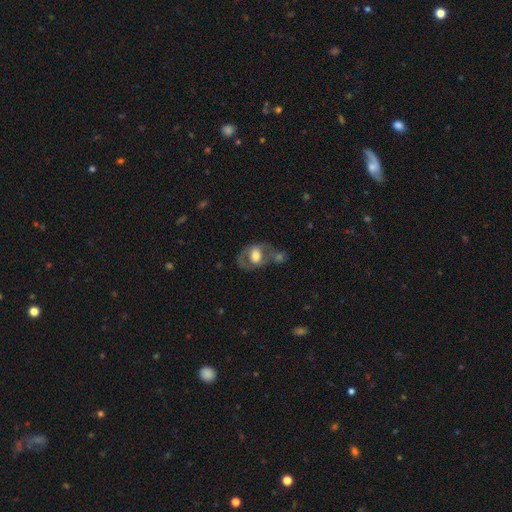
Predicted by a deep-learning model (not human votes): smooth_or_featured: featured or disk (p=0.52) [alt: smooth p=0.41]
disk_edge_on: no (p=0.94) [alt: yes p=0.06]
merging: none (p=0.39) [alt: merger p=0.27]